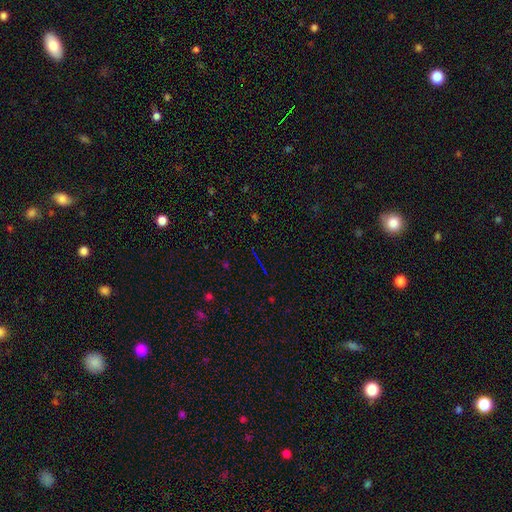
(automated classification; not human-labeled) The model was most divided on "smooth or featured": star or artifact: 70%, smooth: 15%, featured or disk: 15%.